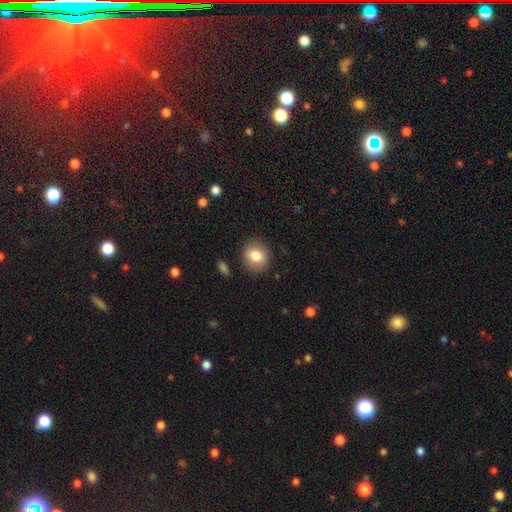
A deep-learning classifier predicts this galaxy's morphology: Smooth or featured? Predicted: smooth (p=0.81). How rounded? Predicted: round (p=0.76). Merging? Predicted: none (p=0.87).